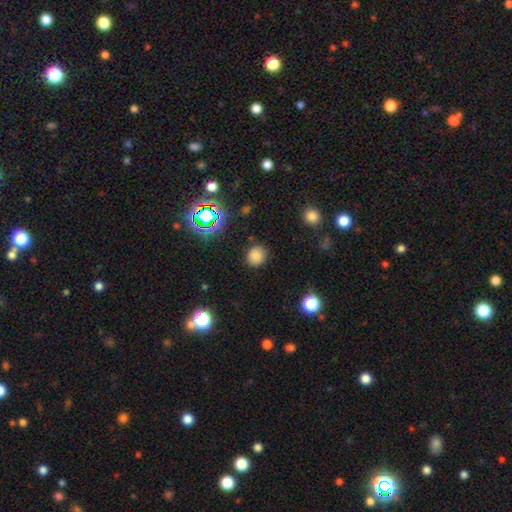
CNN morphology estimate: Smooth or featured? smooth (78%)
How rounded? round (78%)
Merging? none (86%)